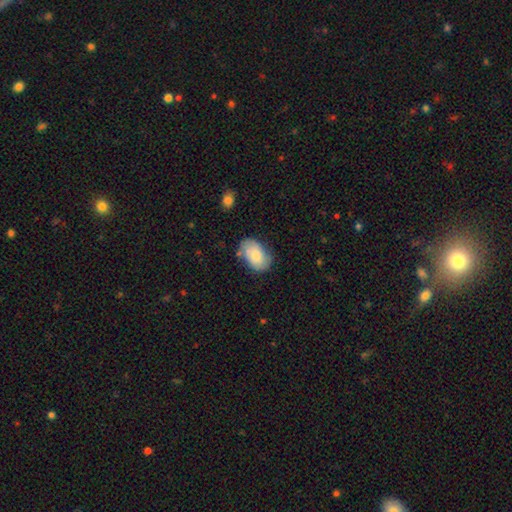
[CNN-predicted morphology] type=smooth (69%); roundness=in between (91%); merging=none (66%).